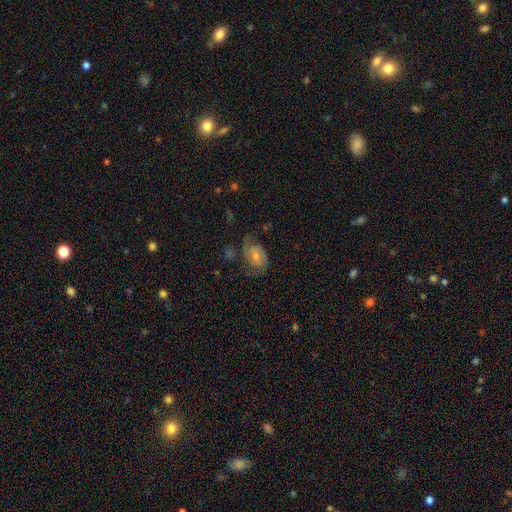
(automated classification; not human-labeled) A featured or disk galaxy (58%) with no bar (51%), spiral arms (85%) and a moderate central bulge (54%).

Vote fractions:
- Smooth or featured? featured or disk: 58% / smooth: 33% / star or artifact: 9%
- Edge-on disk? no: 97% / yes: 3%
- Bar? no: 51% / weak: 40% / strong: 9%
- Spiral arms? yes: 85% / no: 15%
- Bulge size? moderate: 54% / small: 35% / large: 7% / none: 4% / dominant: 1%
- Merging? none: 49% / minor disturbance: 25% / major disturbance: 22% / merger: 4%